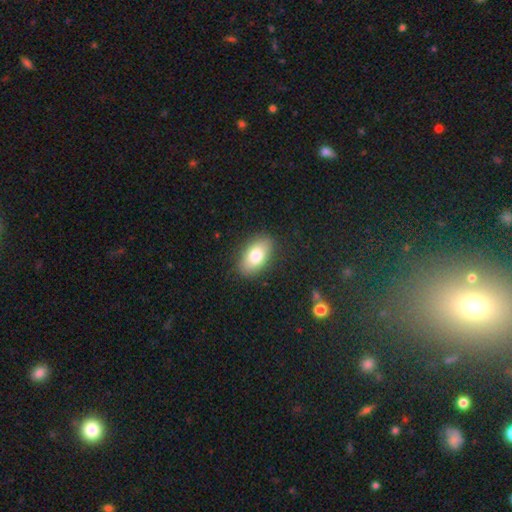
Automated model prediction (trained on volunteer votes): A smooth galaxy with no disk features (80%) that is in between round and cigar-shaped (92%).

Vote fractions:
- Smooth or featured? smooth: 80% / featured or disk: 14% / star or artifact: 7%
- How rounded? in between: 92% / round: 5% / cigar-shaped: 3%
- Merging? none: 86% / minor disturbance: 10% / major disturbance: 3% / merger: 1%